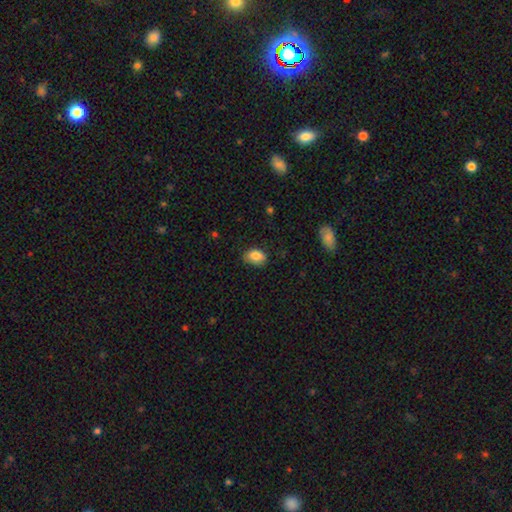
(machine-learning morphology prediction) Smooth or featured: smooth — 86% (star or artifact — 8%)
How rounded: in between — 81% (round — 18%)
Merging: none — 72% (minor disturbance — 23%)